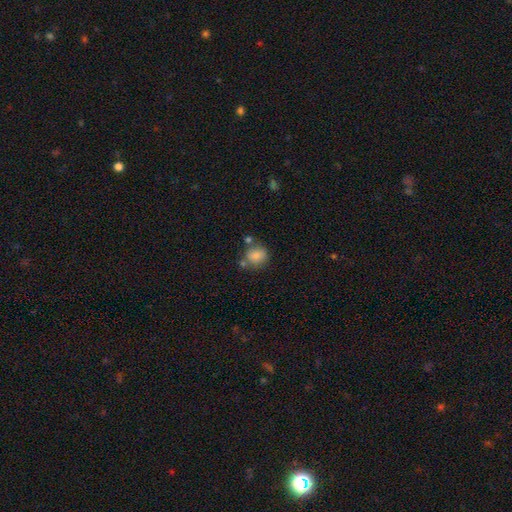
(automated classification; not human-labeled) Smooth or featured? smooth (81%)
How rounded? round (75%)
Merging? none (62%)